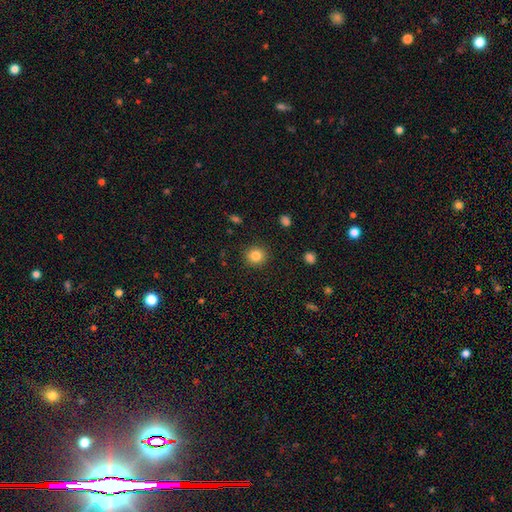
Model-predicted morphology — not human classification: Overall: smooth (84%). How rounded: round (90%). Merging: none (91%).